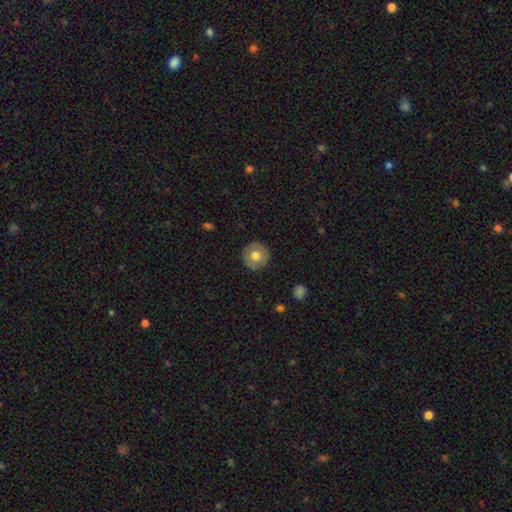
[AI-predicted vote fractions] Overall: smooth (69%). How rounded: round (95%). Merging: none (90%).